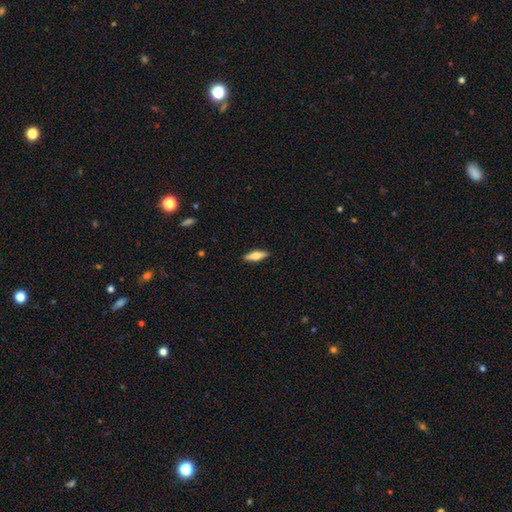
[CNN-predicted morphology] This appears to be a smooth galaxy with no disk features (64%) that is cigar-shaped (52%). Merging: none (89%).